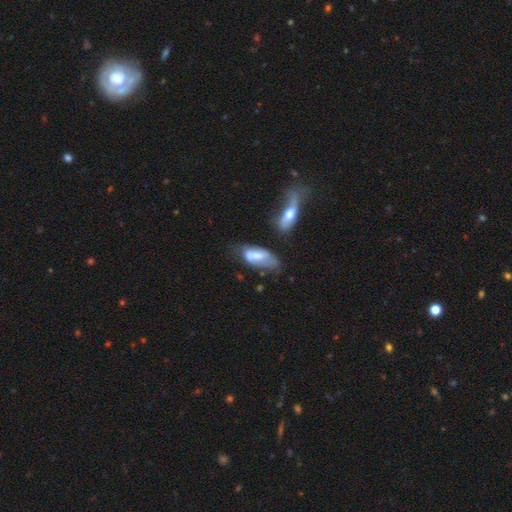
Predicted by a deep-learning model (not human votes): This is possibly a smooth galaxy (54%). How rounded: clearly in between (83%). Merging: marginally none (36%).